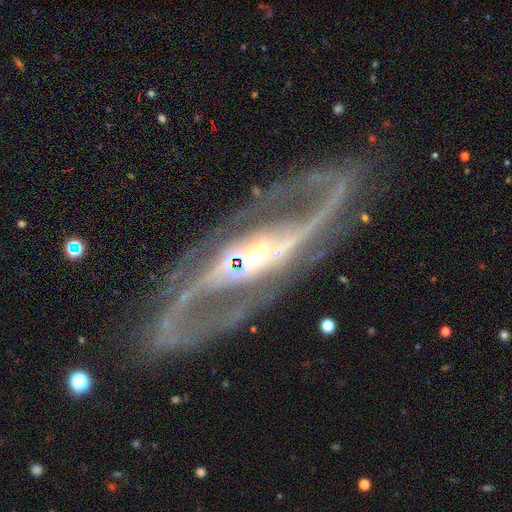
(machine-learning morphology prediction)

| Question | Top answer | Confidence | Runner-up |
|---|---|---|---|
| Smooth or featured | featured or disk | 91% | star or artifact (5%) |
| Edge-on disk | no | 89% | yes (11%) |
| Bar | strong | 42% | weak (29%) |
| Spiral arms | yes | 91% | no (9%) |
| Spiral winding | medium | 47% | loose (29%) |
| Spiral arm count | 2 | 86% | can't tell (5%) |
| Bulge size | moderate | 53% | small (38%) |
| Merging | none | 73% | minor disturbance (14%) |